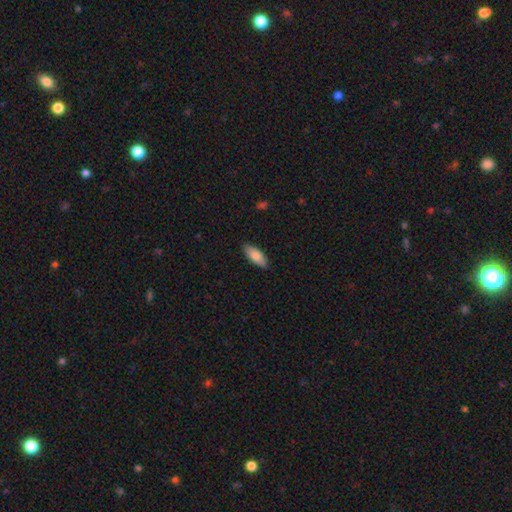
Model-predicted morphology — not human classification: type=smooth (83%); roundness=in between (76%); merging=none (87%).